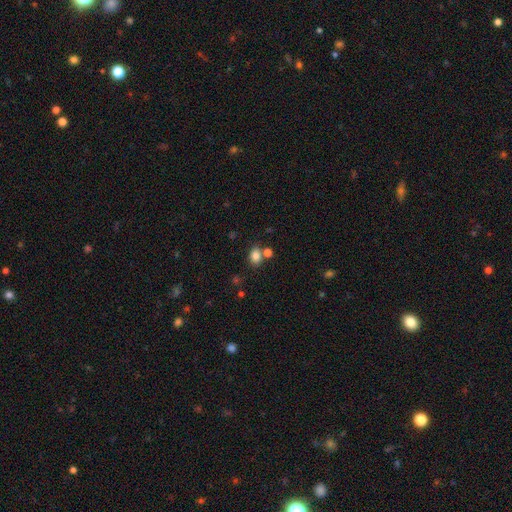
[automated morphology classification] A smooth galaxy with no disk features (82%) that is in between round and cigar-shaped (64%).

Vote fractions:
- Smooth or featured? smooth: 82% / star or artifact: 12% / featured or disk: 6%
- How rounded? in between: 64% / round: 35% / cigar-shaped: 1%
- Merging? none: 65% / merger: 20% / minor disturbance: 11% / major disturbance: 4%